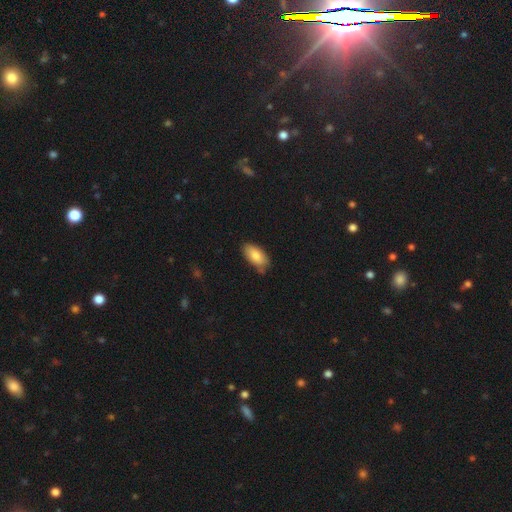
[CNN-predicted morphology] This appears to be a smooth galaxy with no disk features (82%) that is in between round and cigar-shaped (93%). Merging: none (73%).